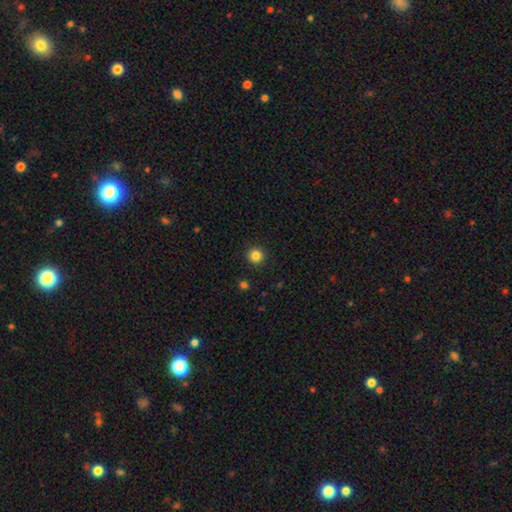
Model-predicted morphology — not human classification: A smooth galaxy with no disk features (84%) that is round (96%). Merging: none (93%).